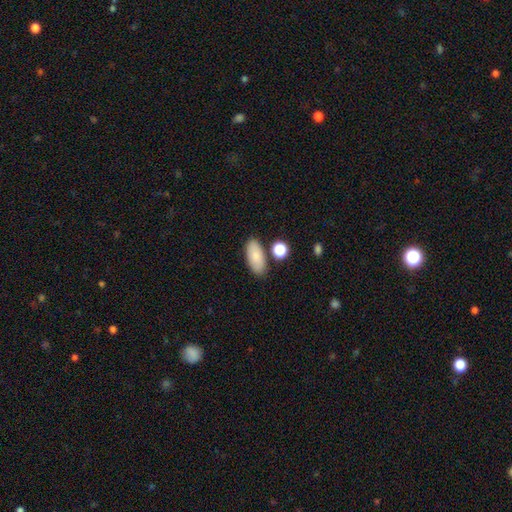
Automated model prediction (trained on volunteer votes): smooth_or_featured: smooth (p=0.84) [alt: featured or disk p=0.09]
how_rounded: in between (p=0.89) [alt: cigar-shaped p=0.08]
merging: none (p=0.80) [alt: minor disturbance p=0.11]